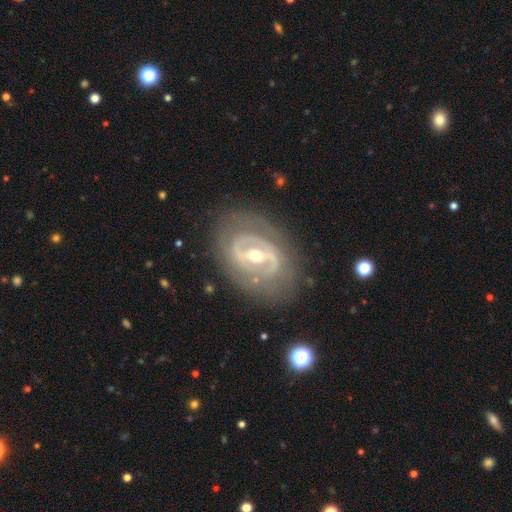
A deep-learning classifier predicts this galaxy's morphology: Smooth or featured: featured or disk — 82% (smooth — 12%)
Edge-on disk: no — 94% (yes — 6%)
Bar: strong — 41% (weak — 35%)
Spiral arms: yes — 58% (no — 42%)
Bulge size: moderate — 63% (small — 32%)
Merging: none — 76% (minor disturbance — 15%)